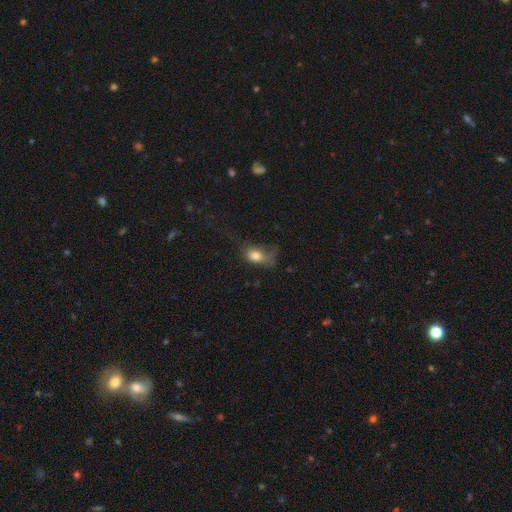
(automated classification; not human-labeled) smooth 74%, featured or disk 15%, star or artifact 11%. Down the decision tree: how rounded — in between (73%); merging — major disturbance (45%).